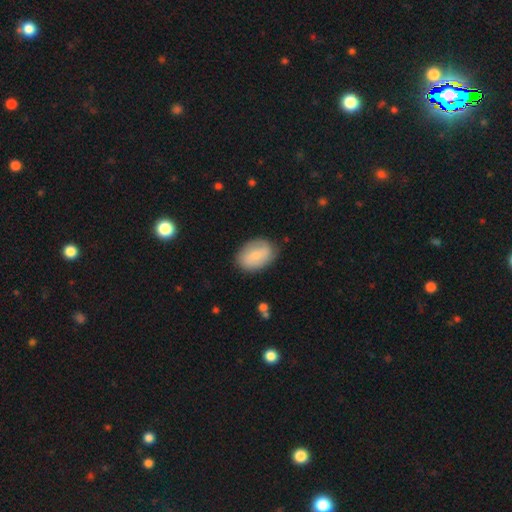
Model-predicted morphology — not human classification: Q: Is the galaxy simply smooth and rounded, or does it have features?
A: smooth — 66%.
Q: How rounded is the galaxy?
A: in between — 83%.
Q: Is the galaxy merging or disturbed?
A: none — 80%.